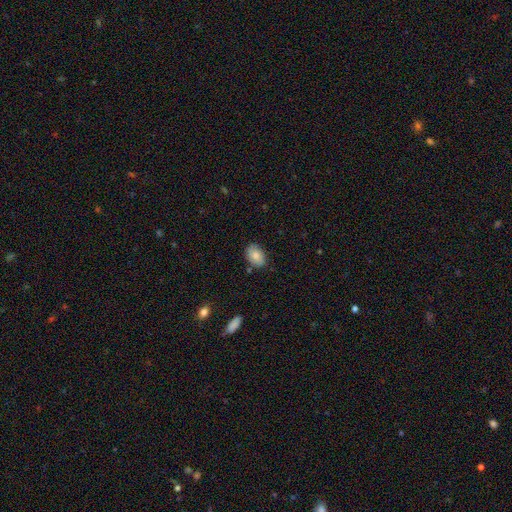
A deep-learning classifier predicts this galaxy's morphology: smooth_or_featured: smooth (p=0.80) [alt: featured or disk p=0.12]
how_rounded: in between (p=0.84) [alt: round p=0.15]
merging: none (p=0.79) [alt: minor disturbance p=0.15]